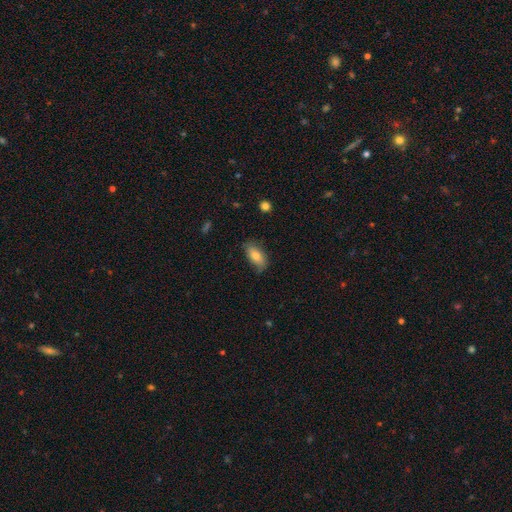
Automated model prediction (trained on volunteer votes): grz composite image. It shows a smooth galaxy with no disk features (76%) that is in between round and cigar-shaped (89%). Merging: none (74%).